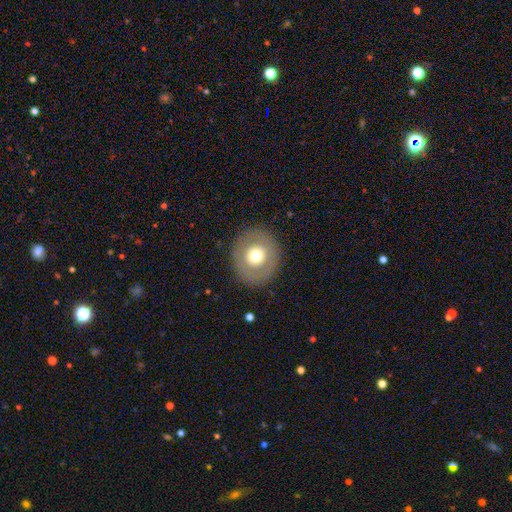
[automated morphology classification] The model was most divided on "smooth or featured": smooth: 60%, featured or disk: 31%, star or artifact: 9%. More confident: how rounded — round (88%); merging — none (87%).